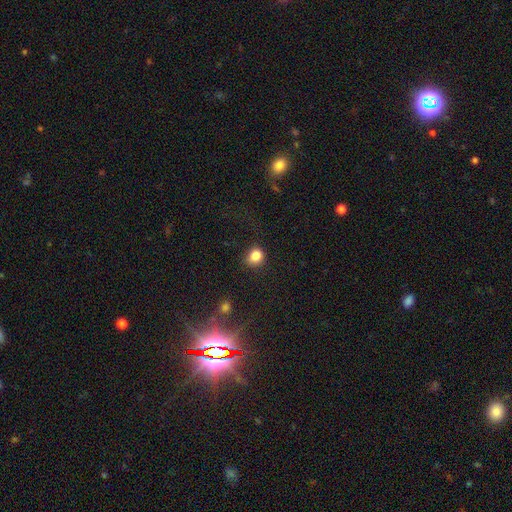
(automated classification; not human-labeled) smooth 85%, star or artifact 10%, featured or disk 5%. Down the decision tree: how rounded — round (76%); merging — none (78%).